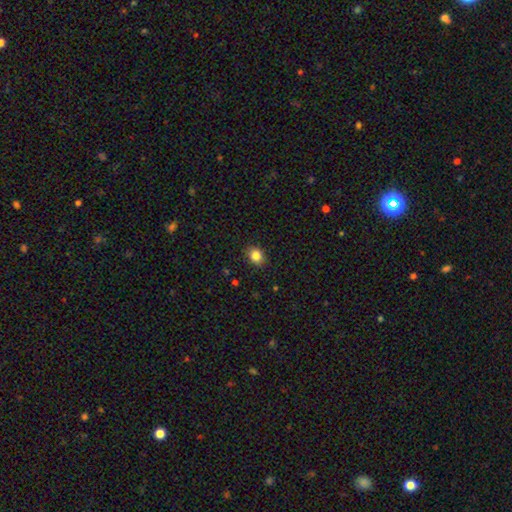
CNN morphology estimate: type=smooth (85%); roundness=round (53%); merging=none (88%).